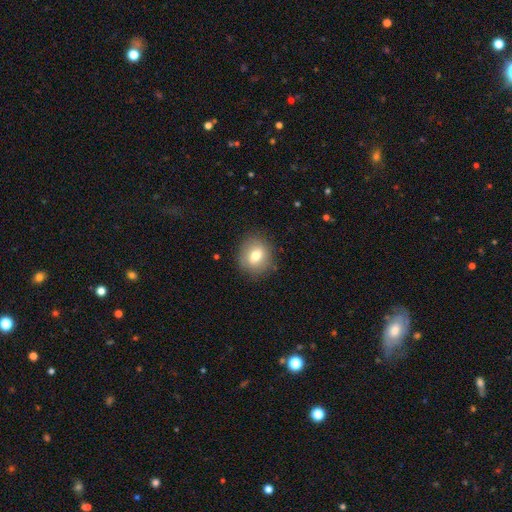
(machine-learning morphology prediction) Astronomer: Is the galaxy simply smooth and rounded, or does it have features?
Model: smooth — 71%.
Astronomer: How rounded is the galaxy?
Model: round — 76%.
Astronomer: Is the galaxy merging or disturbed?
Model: none — 84%.